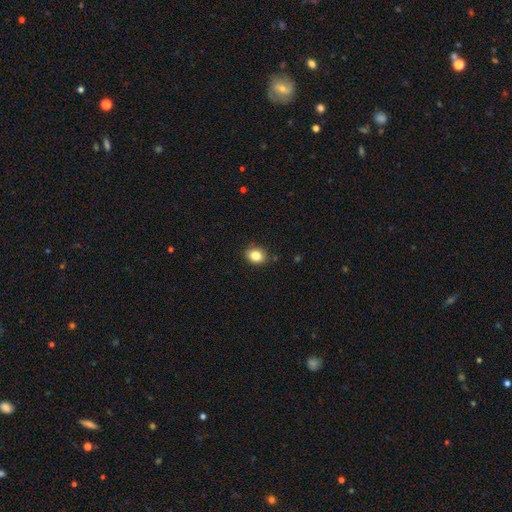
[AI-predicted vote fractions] A smooth galaxy with no disk features (84%) that is in between round and cigar-shaped (59%). Merging: none (87%).